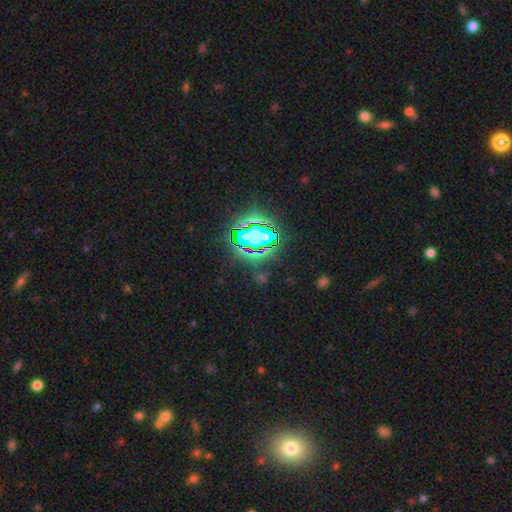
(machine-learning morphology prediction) Smooth or featured? Predicted: star or artifact (p=0.81).